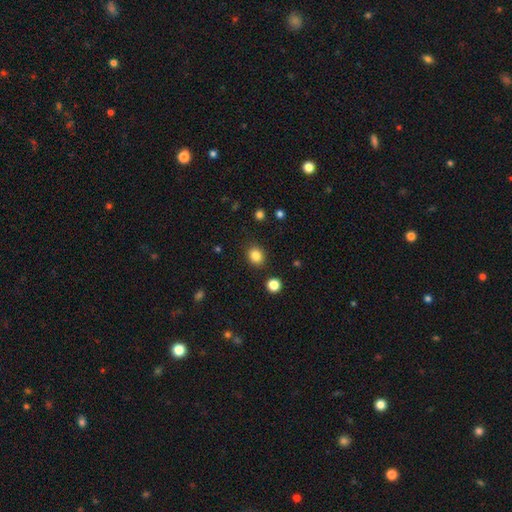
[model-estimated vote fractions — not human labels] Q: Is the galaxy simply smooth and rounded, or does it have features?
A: smooth — 83%.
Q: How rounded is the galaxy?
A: round — 69%.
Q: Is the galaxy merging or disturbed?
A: none — 88%.